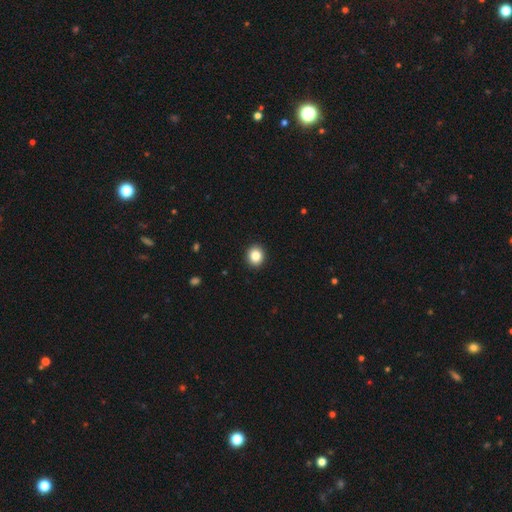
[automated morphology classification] This appears to be a smooth galaxy with no disk features (85%) that is round (78%). Merging: none (93%).